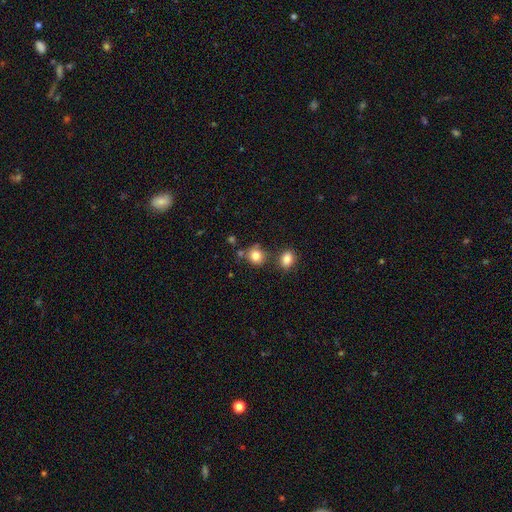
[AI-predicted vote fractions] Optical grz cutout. It shows a smooth galaxy with no disk features (82%) that is round (80%). Merging: none (71%).